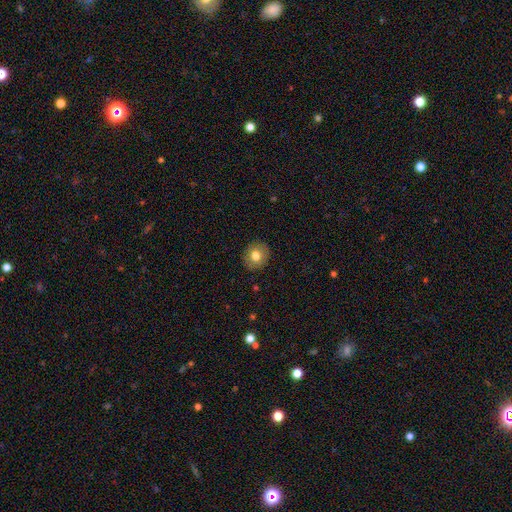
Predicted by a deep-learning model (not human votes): Smooth or featured? smooth (78%)
How rounded? round (77%)
Merging? none (90%)